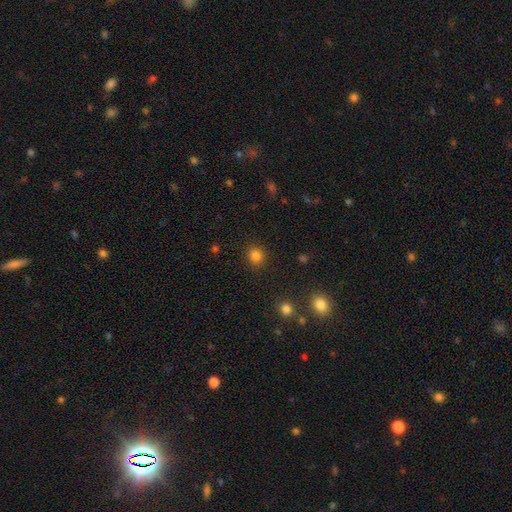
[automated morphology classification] smooth-or-featured: smooth: 83% | star or artifact: 13% | featured or disk: 4%
  how-rounded: round: 81% | in between: 18% | cigar-shaped: 1%
  merging: none: 89% | minor disturbance: 7% | major disturbance: 3% | merger: 2%